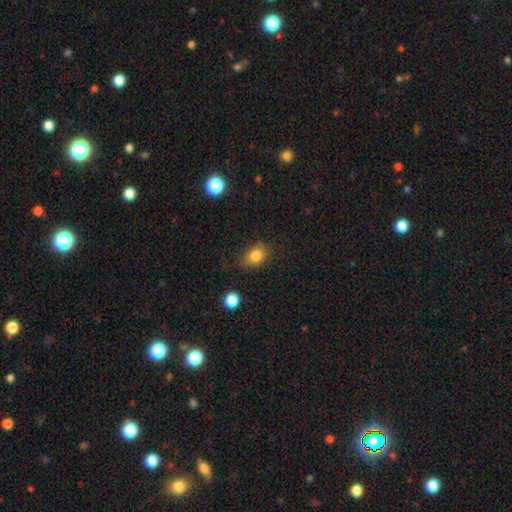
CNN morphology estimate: Q: Smooth or featured?
A: smooth (82%); runner-up: star or artifact (11%)
Q: How rounded?
A: in between (53%); runner-up: round (45%)
Q: Merging?
A: none (71%); runner-up: minor disturbance (21%)